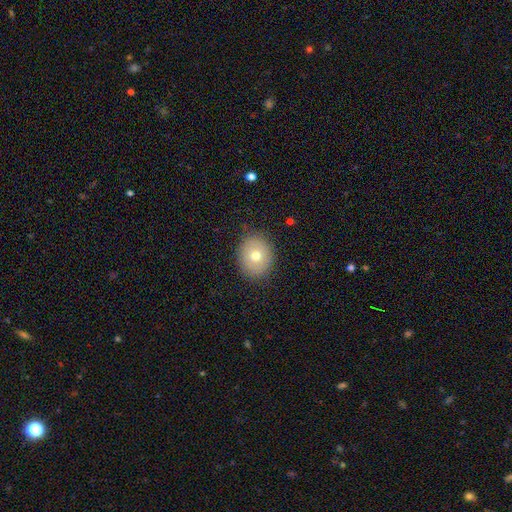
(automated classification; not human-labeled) The model was most divided on "how rounded": round: 61%, in between: 38%, cigar-shaped: 1%. More confident: merging — none (85%); smooth or featured — smooth (70%).